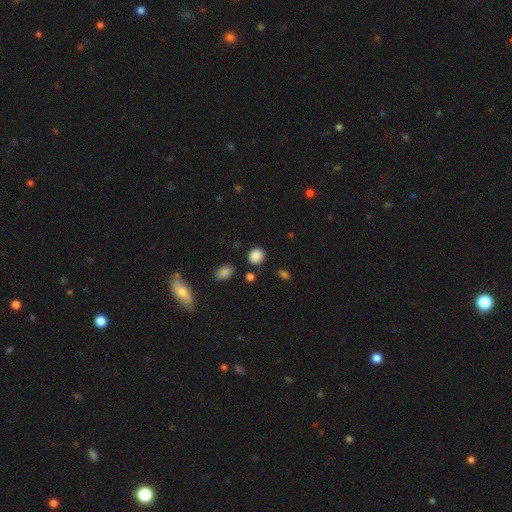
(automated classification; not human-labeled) Smooth or featured: smooth — 87% (star or artifact — 10%)
How rounded: round — 81% (in between — 17%)
Merging: none — 83% (minor disturbance — 10%)